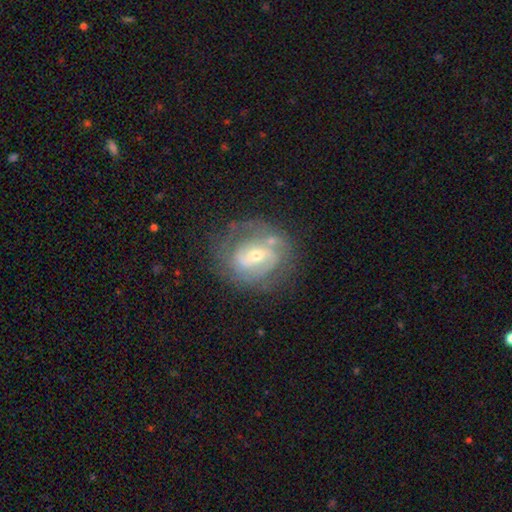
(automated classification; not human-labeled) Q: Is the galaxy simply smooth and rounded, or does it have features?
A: featured or disk — 78%.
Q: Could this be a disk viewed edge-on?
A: no — 96%.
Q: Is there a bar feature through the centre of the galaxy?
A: weak — 43%.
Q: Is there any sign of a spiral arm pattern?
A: yes — 83%.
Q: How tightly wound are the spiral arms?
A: tight — 42%.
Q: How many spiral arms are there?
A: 2 — 58%.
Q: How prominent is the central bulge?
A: small — 53%.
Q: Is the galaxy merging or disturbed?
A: none — 66%.